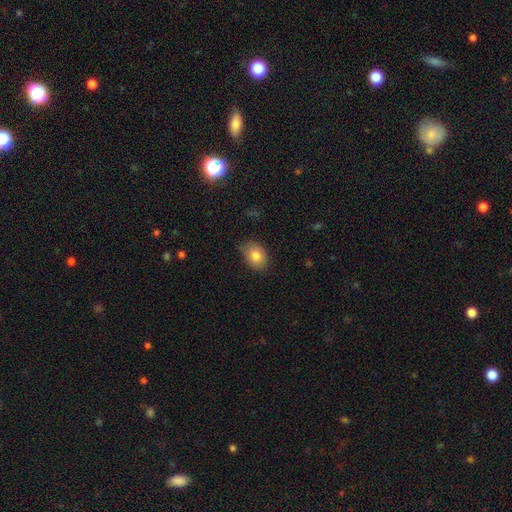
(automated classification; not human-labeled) smooth 83%, featured or disk 9%, star or artifact 8%. Down the decision tree: how rounded — in between (72%); merging — none (74%).